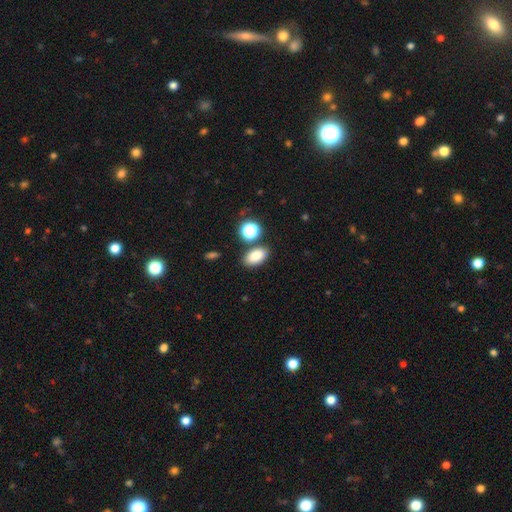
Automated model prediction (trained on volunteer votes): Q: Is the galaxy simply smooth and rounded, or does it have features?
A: smooth — 82%.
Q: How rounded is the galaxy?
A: in between — 89%.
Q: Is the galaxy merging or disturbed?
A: none — 78%.